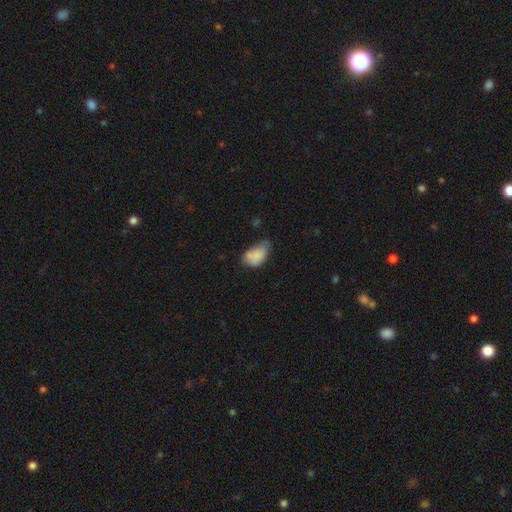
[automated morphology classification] A smooth galaxy with no disk features (77%) that is in between round and cigar-shaped (89%). Merging: minor disturbance (41%).